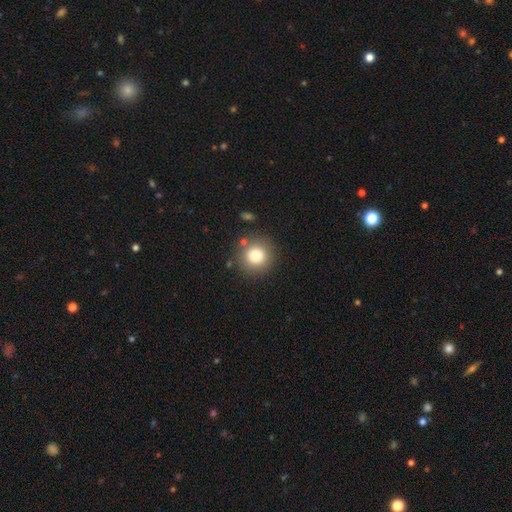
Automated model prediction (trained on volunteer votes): A smooth galaxy with no disk features (83%) that is round (93%). Merging: none (84%).